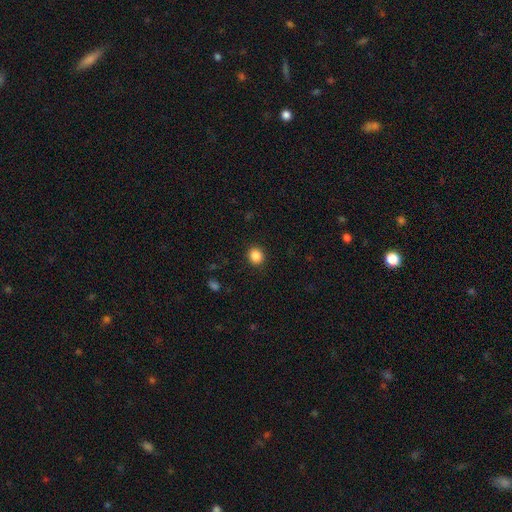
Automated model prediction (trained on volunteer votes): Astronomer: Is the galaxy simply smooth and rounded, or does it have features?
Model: smooth — 87%.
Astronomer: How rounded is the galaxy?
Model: round — 84%.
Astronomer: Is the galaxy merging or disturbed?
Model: none — 91%.